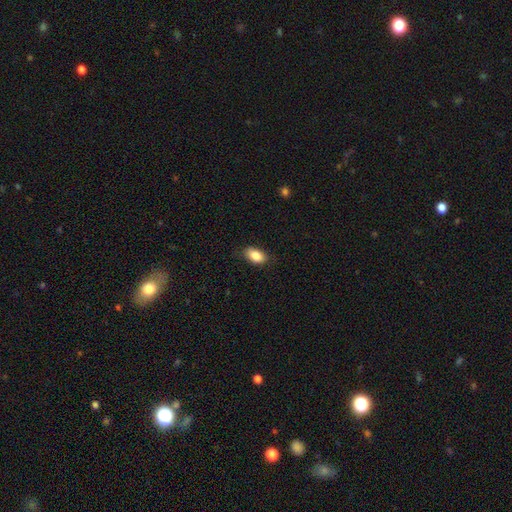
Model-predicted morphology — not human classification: Smooth or featured?
  - smooth: 87% *
  - star or artifact: 7%
  - featured or disk: 6%
How rounded?
  - in between: 91% *
  - round: 6%
  - cigar-shaped: 3%
Merging?
  - none: 82% *
  - minor disturbance: 14%
  - major disturbance: 3%
  - merger: 1%